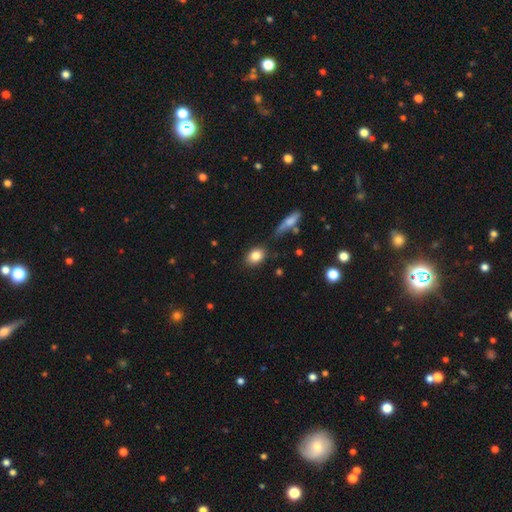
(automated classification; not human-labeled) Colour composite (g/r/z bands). It shows a smooth galaxy with no disk features (83%) that is in between round and cigar-shaped (66%). Merging: none (81%).